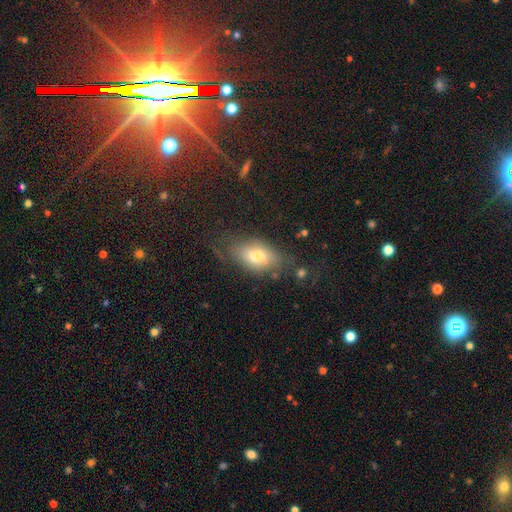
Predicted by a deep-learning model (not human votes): Overall: smooth (63%). How rounded: in between (86%). Merging: none (63%; minor disturbance 23%).